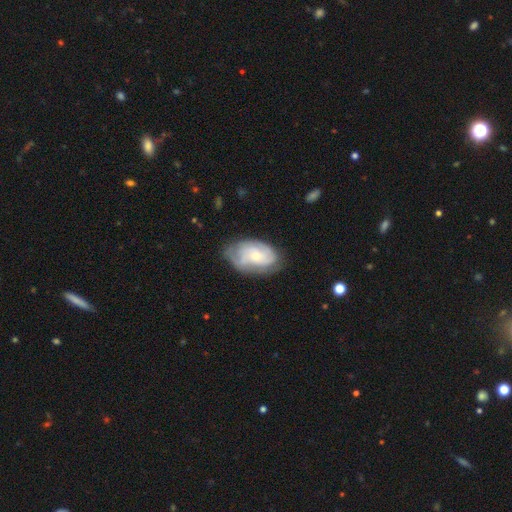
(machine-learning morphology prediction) Smooth or featured? featured or disk (62%)
Edge-on disk? no (96%)
Bar? no (76%)
Spiral arms? yes (82%)
Bulge size? small (56%)
Merging? none (60%)